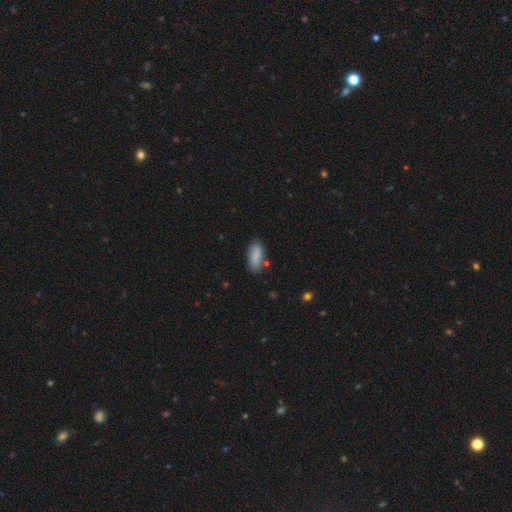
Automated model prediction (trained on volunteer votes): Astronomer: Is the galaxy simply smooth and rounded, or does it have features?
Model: smooth — 87%.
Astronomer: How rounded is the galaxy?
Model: in between — 81%.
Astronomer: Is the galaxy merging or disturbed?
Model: none — 75%.